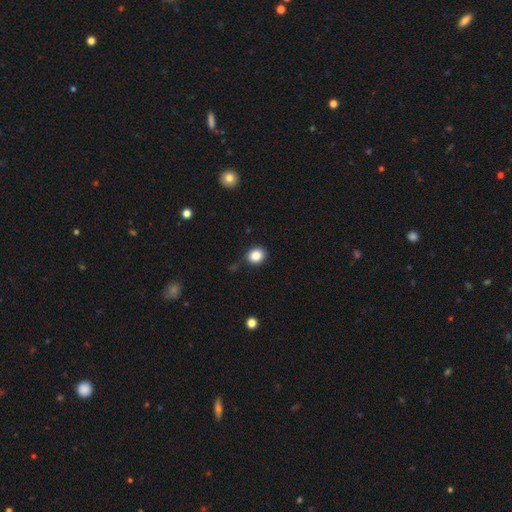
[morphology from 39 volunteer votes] Smooth or featured? 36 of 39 (92%) said smooth. How rounded? 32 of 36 (89%) said round. Merging? 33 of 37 (89%) said none.